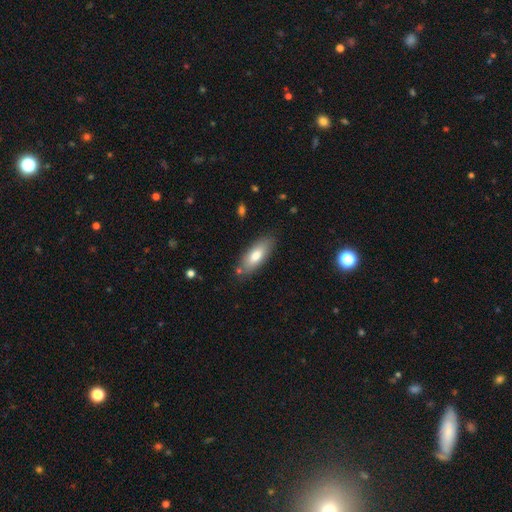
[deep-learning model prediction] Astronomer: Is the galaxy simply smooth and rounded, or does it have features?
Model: smooth — 76%.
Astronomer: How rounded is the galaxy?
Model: in between — 74%.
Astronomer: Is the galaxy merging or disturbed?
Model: none — 81%.